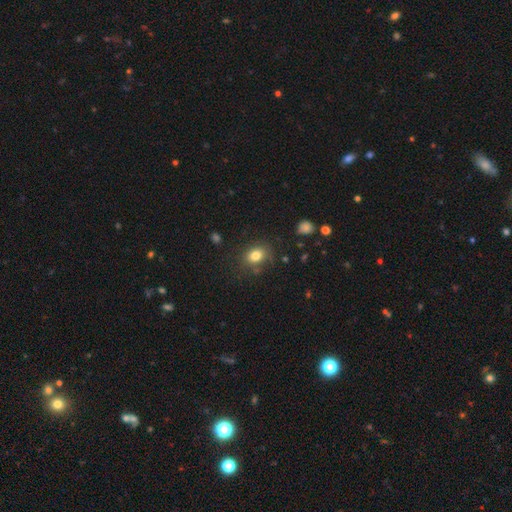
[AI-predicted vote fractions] A smooth galaxy with no disk features (80%) that is in between round and cigar-shaped (57%). Merging: none (76%).